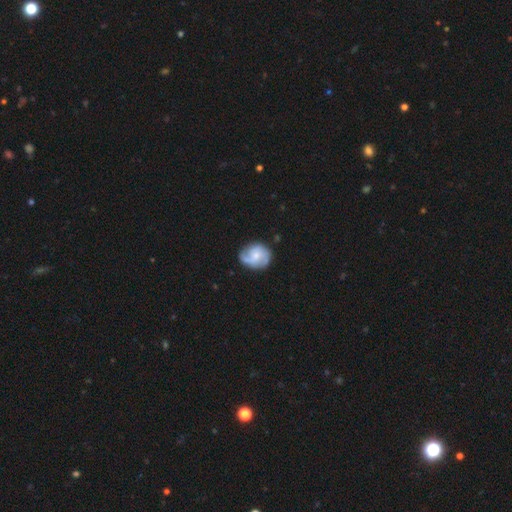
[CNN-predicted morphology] Q: Smooth or featured?
A: featured or disk (66%); runner-up: smooth (27%)
Q: Edge-on disk?
A: no (98%); runner-up: yes (2%)
Q: Bar?
A: no (63%); runner-up: weak (32%)
Q: Spiral arms?
A: yes (90%); runner-up: no (10%)
Q: Spiral winding?
A: medium (44%); runner-up: tight (30%)
Q: Spiral arm count?
A: 2 (50%); runner-up: 3 (19%)
Q: Bulge size?
A: small (53%); runner-up: moderate (38%)
Q: Merging?
A: none (66%); runner-up: minor disturbance (23%)